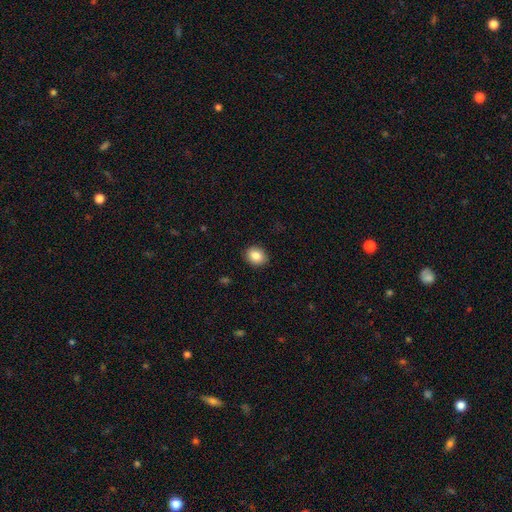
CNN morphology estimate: This appears to be a smooth galaxy with no disk features (86%) that is round (51%). Merging: none (90%).